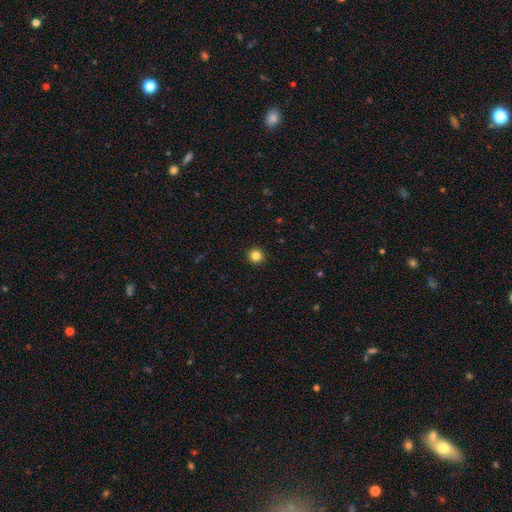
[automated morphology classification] The model was most divided on "smooth or featured": smooth: 85%, star or artifact: 11%, featured or disk: 4%. More confident: how rounded — round (94%); merging — none (93%).